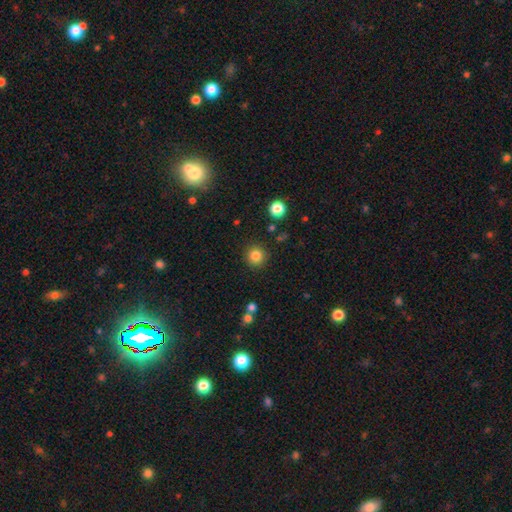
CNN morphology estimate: The model was most divided on "smooth or featured": smooth: 84%, star or artifact: 11%, featured or disk: 5%. More confident: how rounded — round (93%); merging — none (89%).